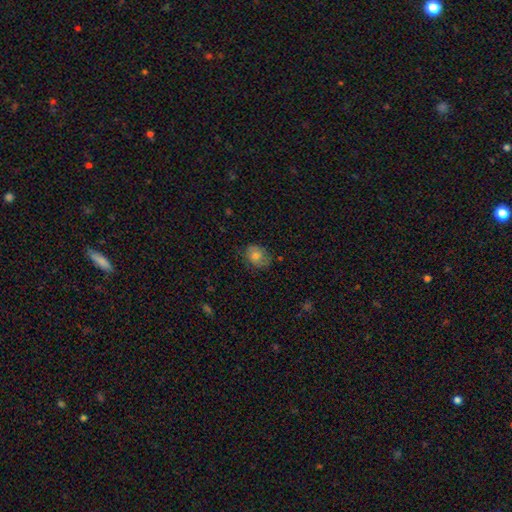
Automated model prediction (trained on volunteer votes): Q: Smooth or featured?
A: smooth (60%); runner-up: featured or disk (28%)
Q: How rounded?
A: round (52%); runner-up: in between (47%)
Q: Merging?
A: none (71%); runner-up: minor disturbance (21%)